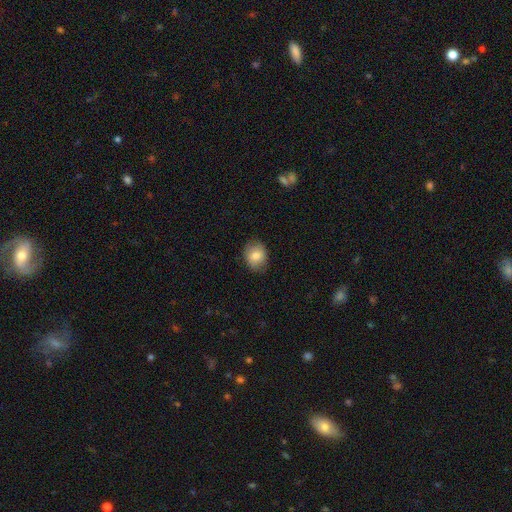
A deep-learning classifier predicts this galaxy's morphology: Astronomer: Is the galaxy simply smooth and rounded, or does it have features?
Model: smooth — 81%.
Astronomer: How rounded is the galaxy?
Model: round — 50% (runner-up: in between, 49%).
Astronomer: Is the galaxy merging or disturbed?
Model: none — 82%.